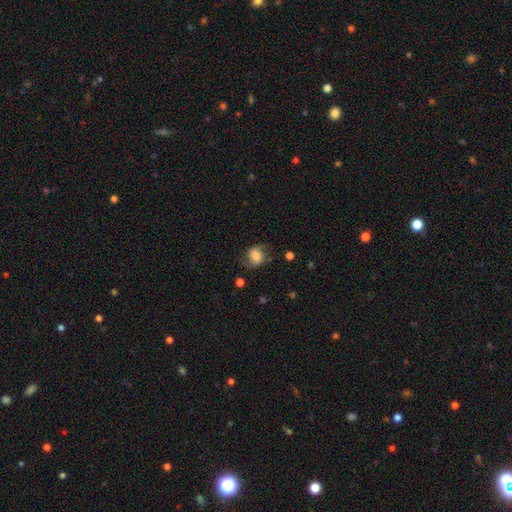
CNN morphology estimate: Overall: smooth (51%; featured or disk 40%). How rounded: in between (51%; round 48%). Merging: none (63%).